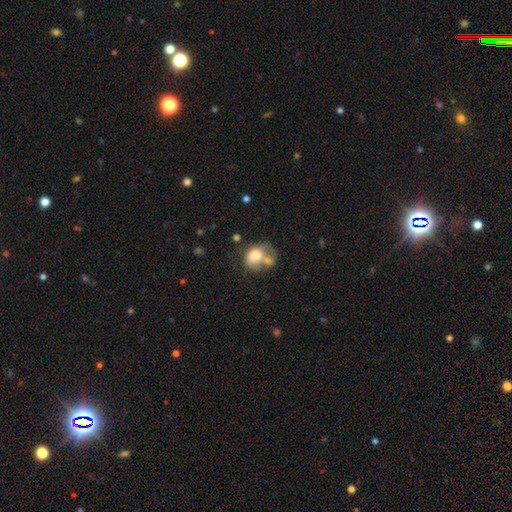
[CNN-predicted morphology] This is likely a smooth galaxy (61%). How rounded: possibly in between (56%). Merging: marginally merger (45%).